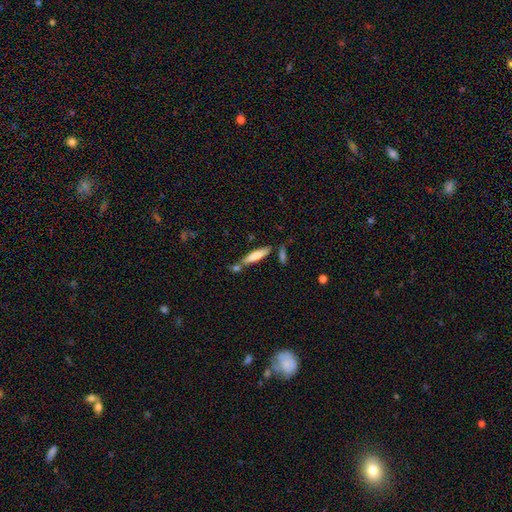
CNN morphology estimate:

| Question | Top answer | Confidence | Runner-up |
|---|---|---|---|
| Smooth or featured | smooth | 74% | featured or disk (20%) |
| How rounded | cigar-shaped | 80% | in between (18%) |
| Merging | none | 66% | merger (16%) |